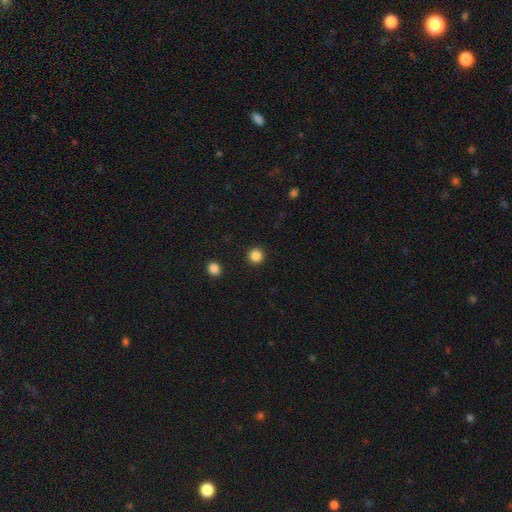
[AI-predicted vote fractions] The model was most divided on "smooth or featured": smooth: 86%, star or artifact: 11%, featured or disk: 3%. More confident: how rounded — round (95%); merging — none (93%).